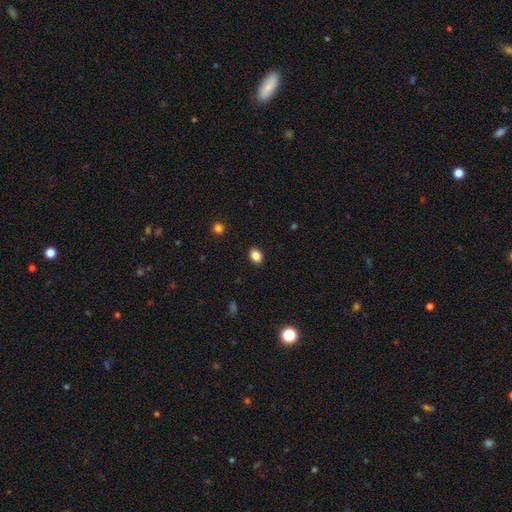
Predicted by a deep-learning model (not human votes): Smooth or featured?
  - smooth: 85% *
  - star or artifact: 10%
  - featured or disk: 4%
How rounded?
  - in between: 70% *
  - round: 29%
  - cigar-shaped: 1%
Merging?
  - none: 89% *
  - minor disturbance: 8%
  - major disturbance: 2%
  - merger: 1%